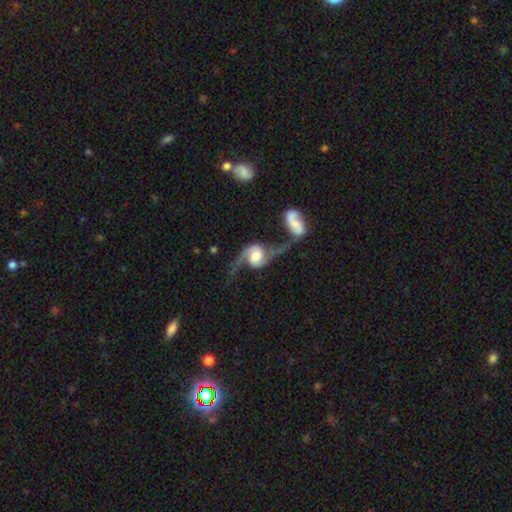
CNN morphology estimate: Overall: featured or disk (83%). Edge-on disk: no (96%). Bar: no (55%; weak 32%). Spiral arms: yes (94%). Spiral arm count: 2 (89%). Spiral winding: loose (78%). Bulge size: large (40%; moderate 33%). Merging: merger (47%; none 26%).